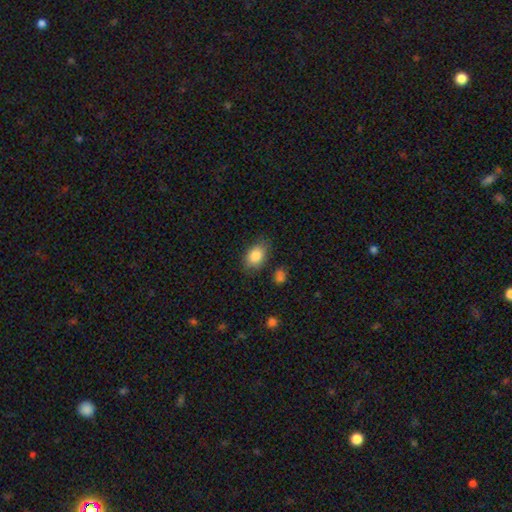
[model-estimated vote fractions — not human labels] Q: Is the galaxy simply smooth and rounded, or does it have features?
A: smooth — 85%.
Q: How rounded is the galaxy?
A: in between — 81%.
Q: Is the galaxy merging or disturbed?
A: none — 76%.